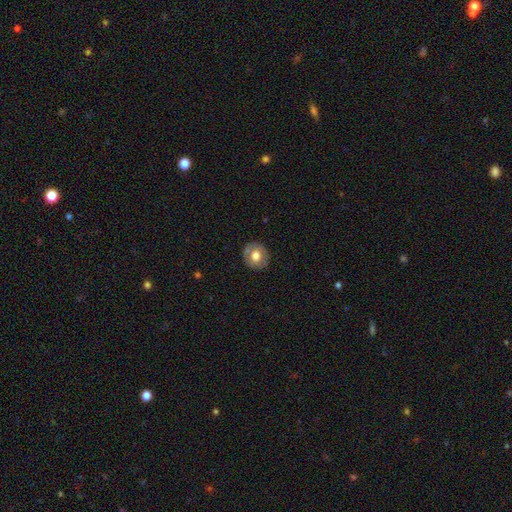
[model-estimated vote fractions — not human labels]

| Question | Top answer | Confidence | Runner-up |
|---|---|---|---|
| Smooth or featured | smooth | 61% | featured or disk (31%) |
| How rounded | round | 80% | in between (19%) |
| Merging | none | 85% | minor disturbance (11%) |